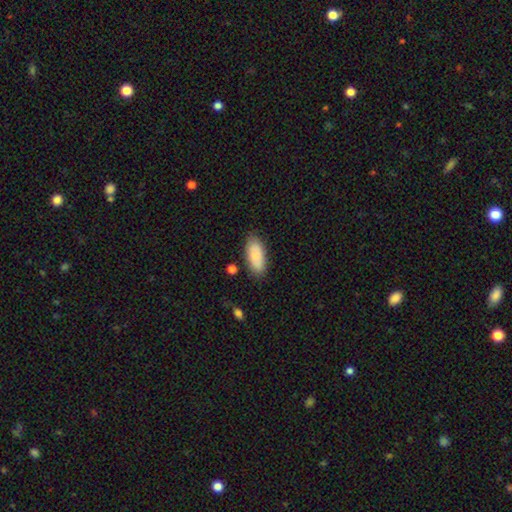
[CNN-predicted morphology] smooth_or_featured: smooth (p=0.82) [alt: featured or disk p=0.12]
how_rounded: in between (p=0.88) [alt: cigar-shaped p=0.10]
merging: none (p=0.80) [alt: minor disturbance p=0.14]